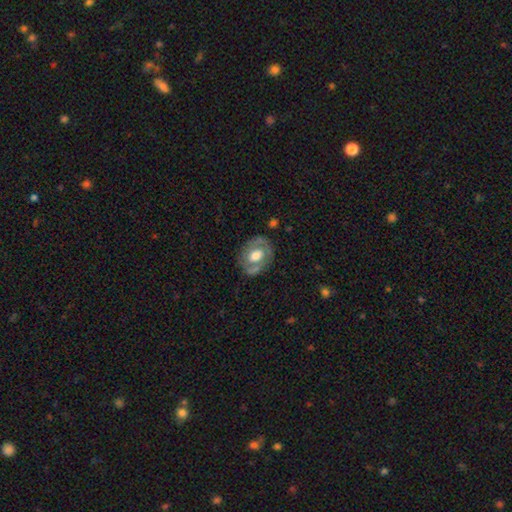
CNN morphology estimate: smooth-or-featured: featured or disk: 56% | smooth: 38% | star or artifact: 6%
  disk-edge-on: no: 95% | yes: 5%
    bar: no: 65% | weak: 27% | strong: 8%
    has-spiral-arms: no: 57% | yes: 43%
    bulge-size: moderate: 55% | large: 35% | small: 6% | dominant: 2% | none: 1%
  merging: none: 70% | minor disturbance: 20% | major disturbance: 7% | merger: 3%